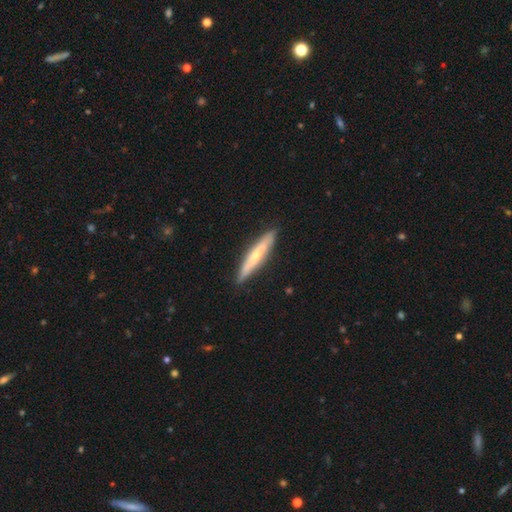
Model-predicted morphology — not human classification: featured or disk 49%, smooth 45%, star or artifact 5%. Down the decision tree: merging — none (88%).